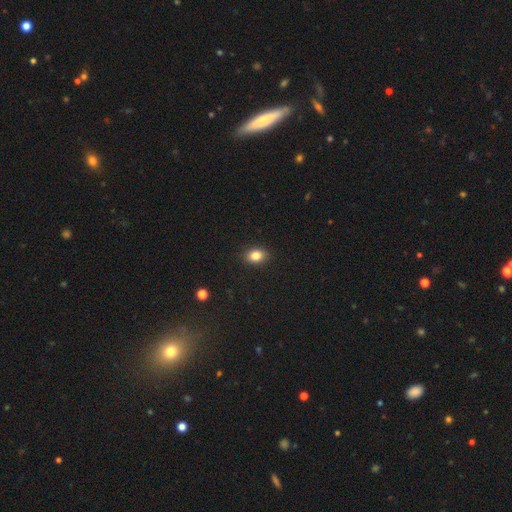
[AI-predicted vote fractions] Smooth or featured? smooth (84%)
How rounded? in between (66%)
Merging? none (89%)